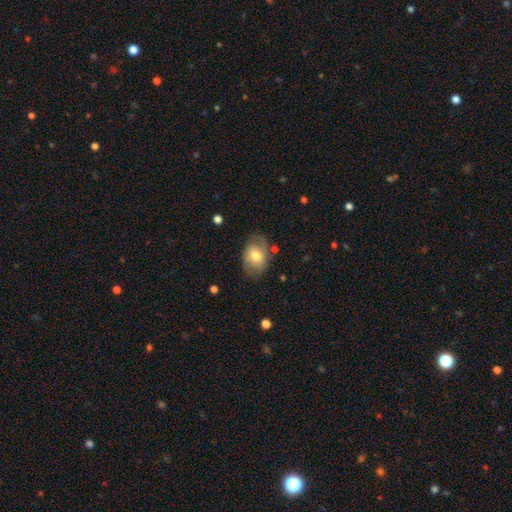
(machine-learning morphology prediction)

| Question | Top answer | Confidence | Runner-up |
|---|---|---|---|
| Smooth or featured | smooth | 65% | featured or disk (28%) |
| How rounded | in between | 81% | round (18%) |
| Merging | none | 71% | minor disturbance (21%) |